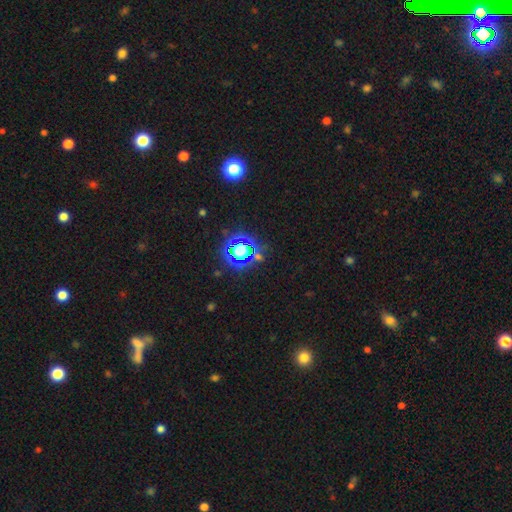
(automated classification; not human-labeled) Smooth or featured: star or artifact — 74% (smooth — 18%)